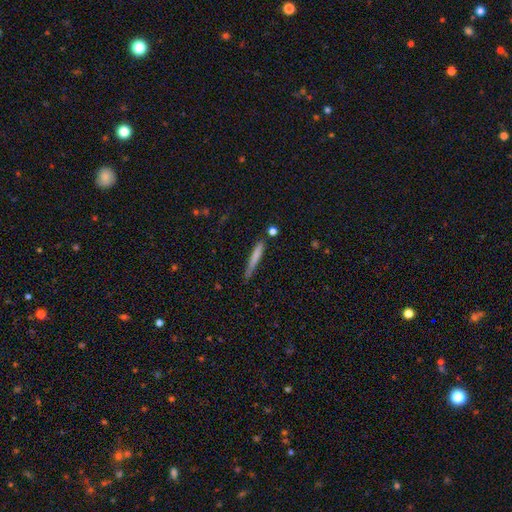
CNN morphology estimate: This appears to be a smooth galaxy with no disk features (71%) that is cigar-shaped (95%). Merging: none (72%).